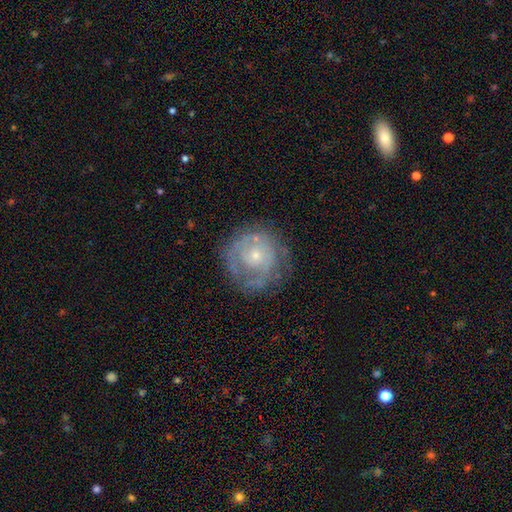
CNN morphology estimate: The model was most divided on "spiral arms": yes: 67%, no: 33%. More confident: edge-on disk — no (98%); bar — no (84%); bulge size — small (69%); smooth or featured — featured or disk (69%); merging — none (67%).